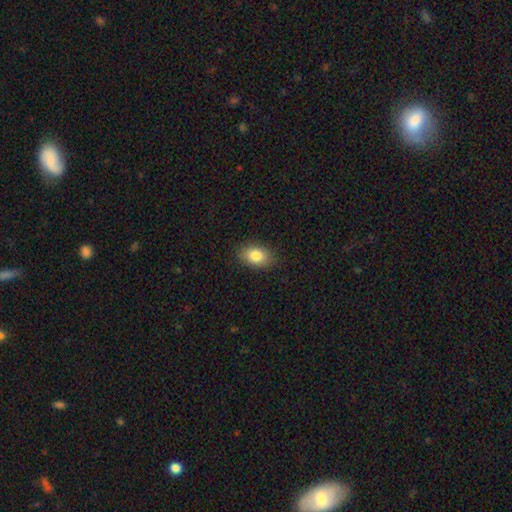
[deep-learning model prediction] smooth 85%, featured or disk 8%, star or artifact 8%. Down the decision tree: how rounded — in between (86%); merging — none (86%).